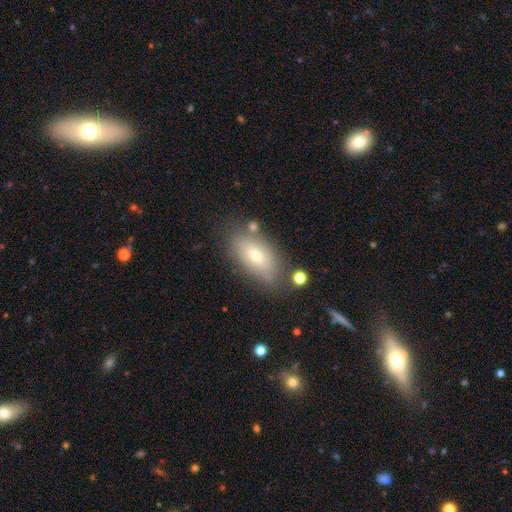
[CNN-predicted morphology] Smooth or featured: smooth — 68% (featured or disk — 22%)
How rounded: in between — 90% (round — 6%)
Merging: none — 74% (minor disturbance — 16%)